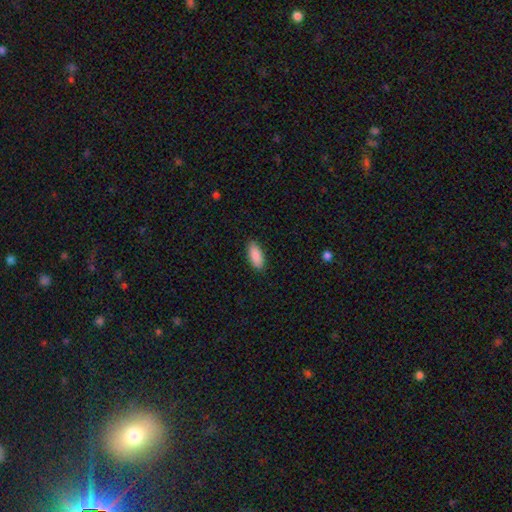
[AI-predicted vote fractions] This appears to be a smooth galaxy with no disk features (88%) that is in between round and cigar-shaped (84%). Merging: none (89%).